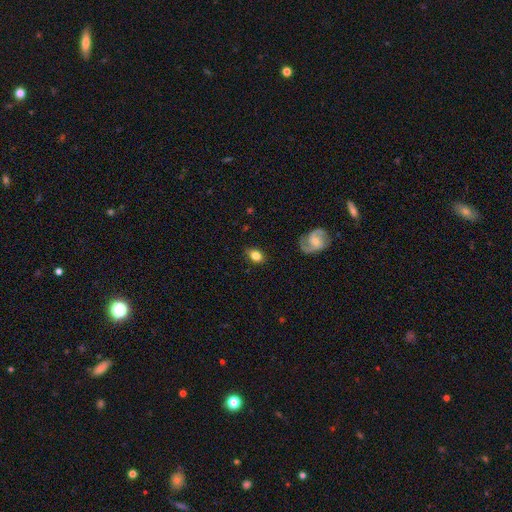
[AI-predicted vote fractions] Morphology: type=smooth (76%); roundness=in between (73%); merging=none (82%).